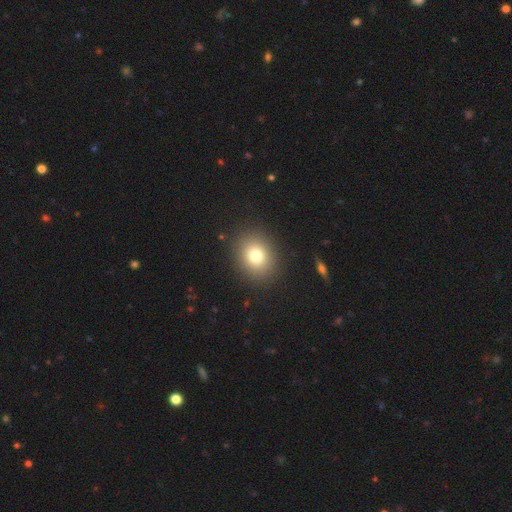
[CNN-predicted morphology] Smooth or featured? smooth (78%)
How rounded? round (62%)
Merging? none (89%)